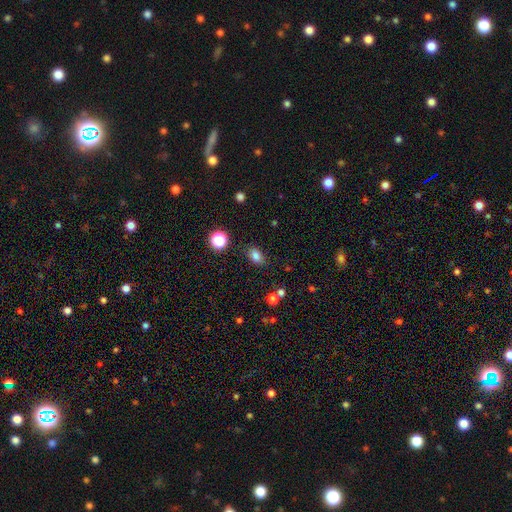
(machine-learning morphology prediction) This appears to be a smooth galaxy with no disk features (81%) that is in between round and cigar-shaped (80%). Merging: none (84%).